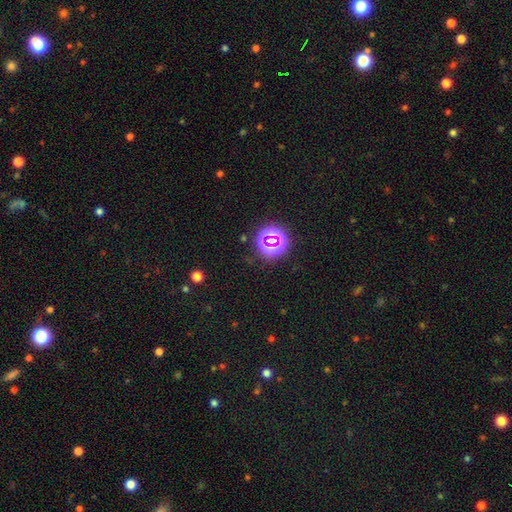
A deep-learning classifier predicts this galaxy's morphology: type=star or artifact (64%).